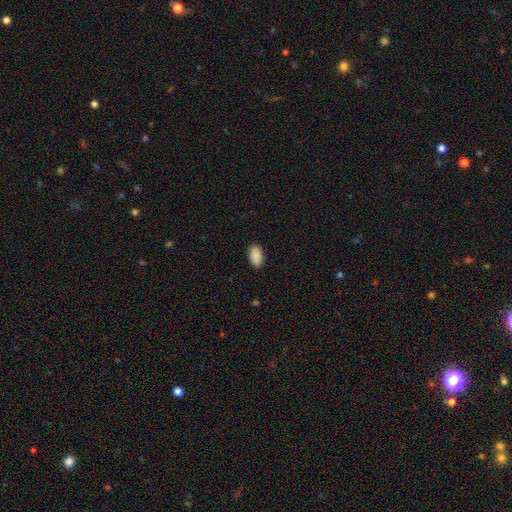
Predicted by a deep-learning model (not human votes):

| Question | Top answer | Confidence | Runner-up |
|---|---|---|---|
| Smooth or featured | smooth | 90% | star or artifact (7%) |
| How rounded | in between | 94% | round (4%) |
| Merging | none | 88% | minor disturbance (9%) |